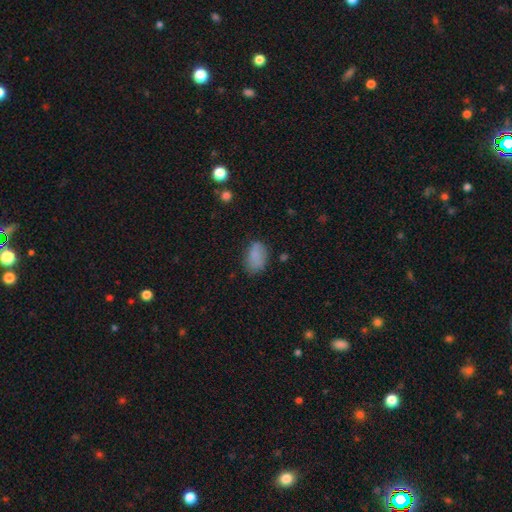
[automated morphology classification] Smooth or featured? Predicted: smooth (p=0.83). How rounded? Predicted: in between (p=0.89). Merging? Predicted: none (p=0.70).